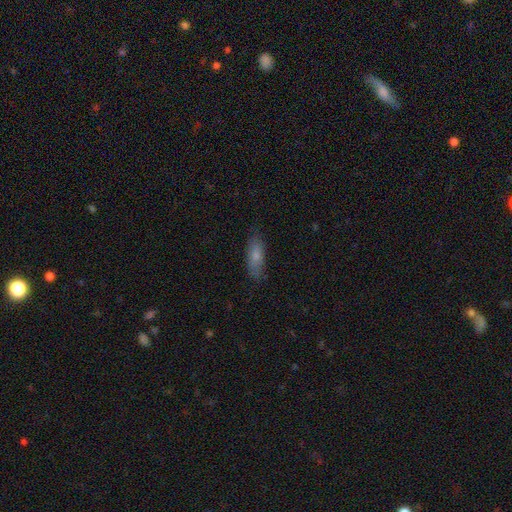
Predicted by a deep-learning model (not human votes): smooth_or_featured: smooth (p=0.77) [alt: featured or disk p=0.17]
how_rounded: in between (p=0.61) [alt: cigar-shaped p=0.36]
merging: none (p=0.81) [alt: minor disturbance p=0.15]